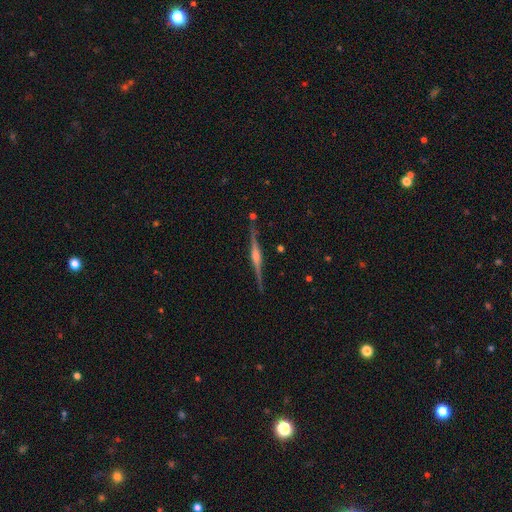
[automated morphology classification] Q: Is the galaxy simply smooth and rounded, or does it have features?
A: featured or disk — 87%.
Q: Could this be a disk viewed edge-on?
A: yes — 98%.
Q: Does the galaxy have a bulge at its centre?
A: rounded — 77%.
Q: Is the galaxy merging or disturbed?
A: none — 90%.